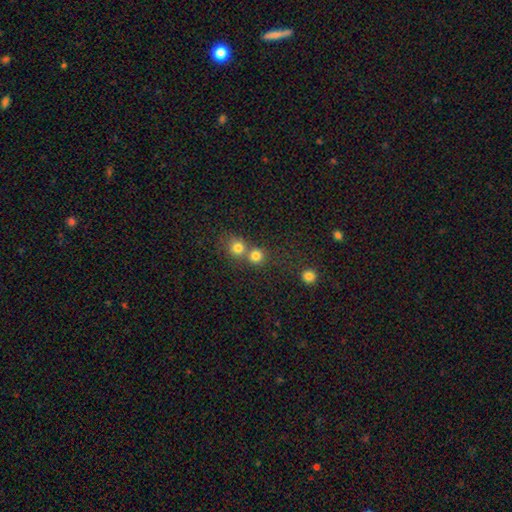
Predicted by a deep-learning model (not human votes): Q: Smooth or featured?
A: smooth (80%); runner-up: star or artifact (14%)
Q: How rounded?
A: round (89%); runner-up: in between (10%)
Q: Merging?
A: none (52%); runner-up: merger (40%)